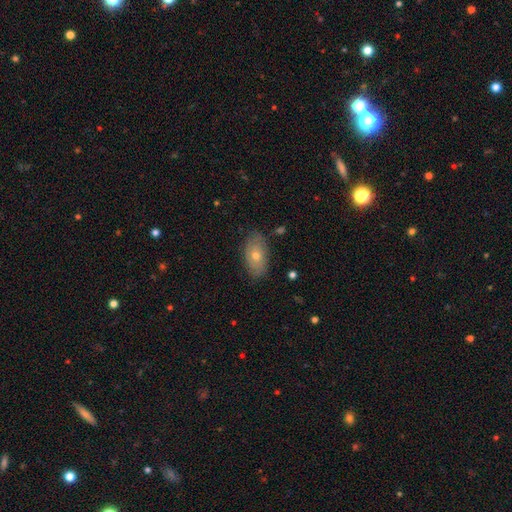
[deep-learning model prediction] This is possibly a smooth galaxy (53%). How rounded: clearly in between (90%). Merging: clearly none (82%).